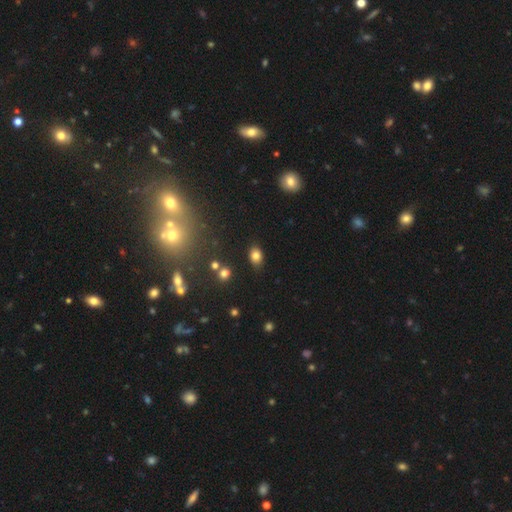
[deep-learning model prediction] Smooth or featured? smooth (80%)
How rounded? in between (75%)
Merging? none (83%)